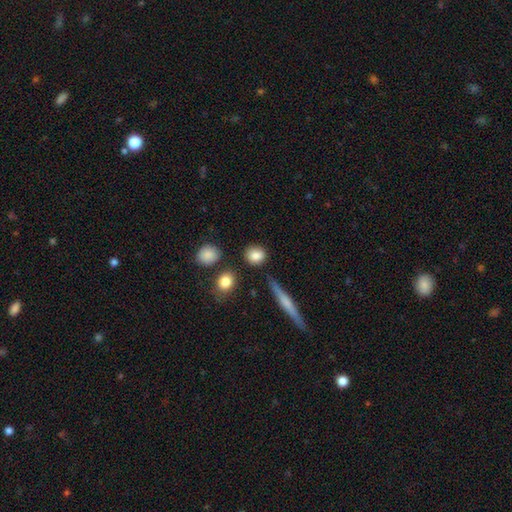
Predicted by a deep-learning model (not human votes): The model was most divided on "how rounded": round: 73%, in between: 24%, cigar-shaped: 3%. More confident: smooth or featured — smooth (85%); merging — none (83%).